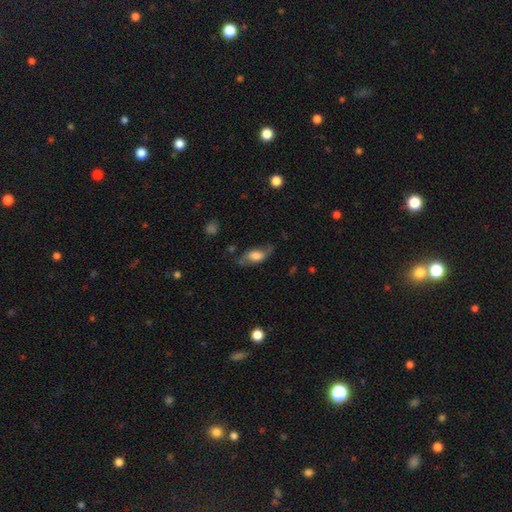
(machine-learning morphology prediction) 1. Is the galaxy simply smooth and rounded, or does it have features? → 50% smooth, 42% featured or disk, 8% star or artifact.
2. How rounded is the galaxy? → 81% in between, 12% cigar-shaped, 7% round.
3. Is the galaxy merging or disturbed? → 64% none, 23% minor disturbance, 11% major disturbance, 2% merger.